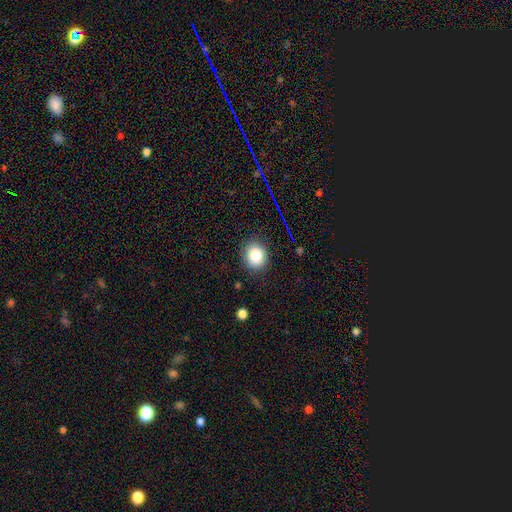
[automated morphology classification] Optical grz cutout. It shows a smooth galaxy with no disk features (83%) that is round (76%). Merging: none (85%).